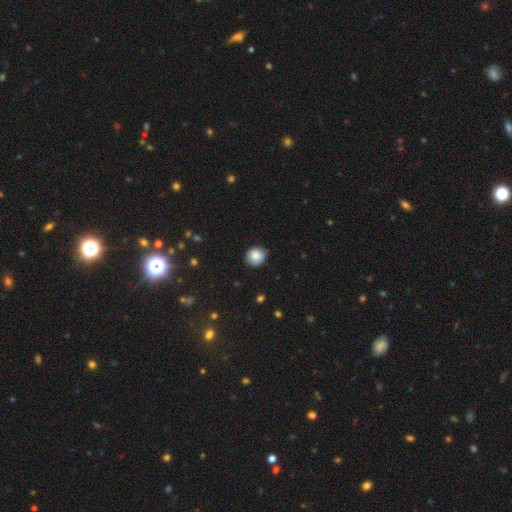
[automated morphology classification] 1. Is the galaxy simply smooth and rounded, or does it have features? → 85% smooth, 9% star or artifact, 7% featured or disk.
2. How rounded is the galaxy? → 83% round, 16% in between, 1% cigar-shaped.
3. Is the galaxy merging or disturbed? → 82% none, 15% minor disturbance, 2% major disturbance, 1% merger.